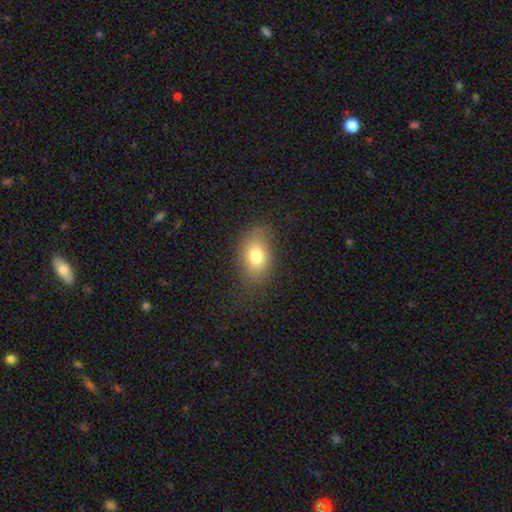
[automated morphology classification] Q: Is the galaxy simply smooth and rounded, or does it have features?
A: smooth — 77%.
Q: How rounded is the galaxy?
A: in between — 80%.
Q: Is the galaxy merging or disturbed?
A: none — 76%.